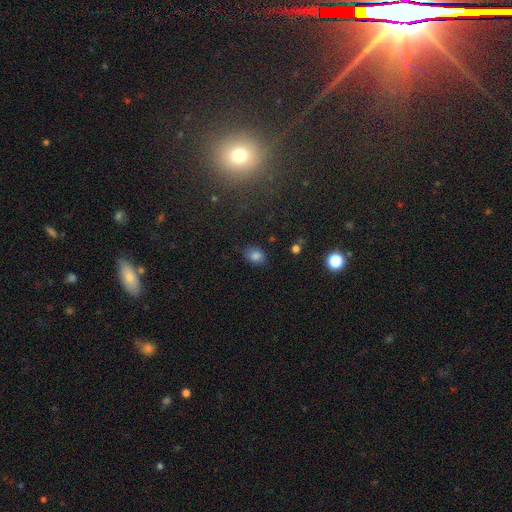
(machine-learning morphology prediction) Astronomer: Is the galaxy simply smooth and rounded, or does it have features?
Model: smooth — 81%.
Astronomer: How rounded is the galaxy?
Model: in between — 58% (runner-up: round, 40%).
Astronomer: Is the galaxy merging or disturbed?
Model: none — 80%.